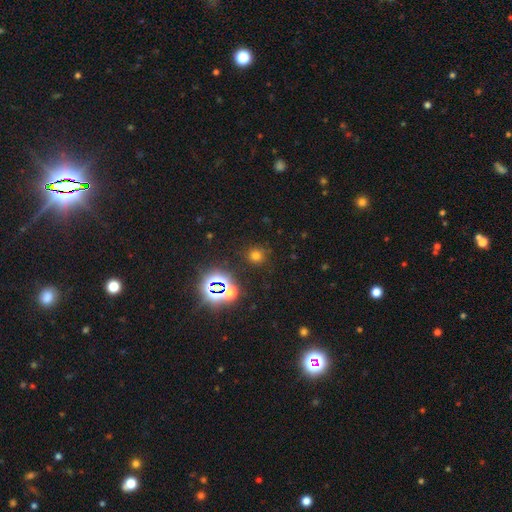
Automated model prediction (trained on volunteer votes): A smooth galaxy with no disk features (63%) that is round (91%).

Vote fractions:
- Smooth or featured? smooth: 63% / star or artifact: 31% / featured or disk: 7%
- How rounded? round: 91% / in between: 8% / cigar-shaped: 1%
- Merging? none: 85% / minor disturbance: 8% / major disturbance: 4% / merger: 3%